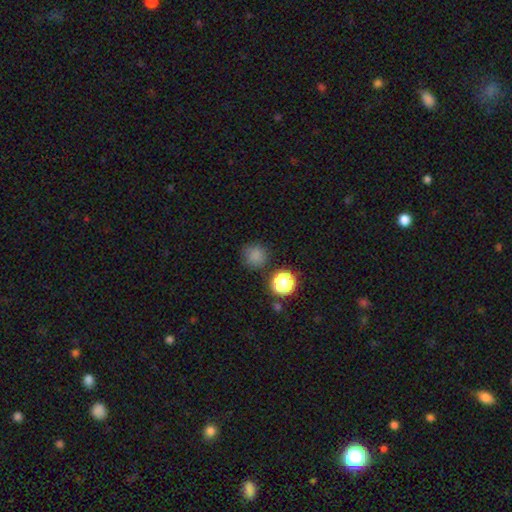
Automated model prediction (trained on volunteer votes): Overall: smooth (78%). How rounded: round (92%). Merging: none (82%).